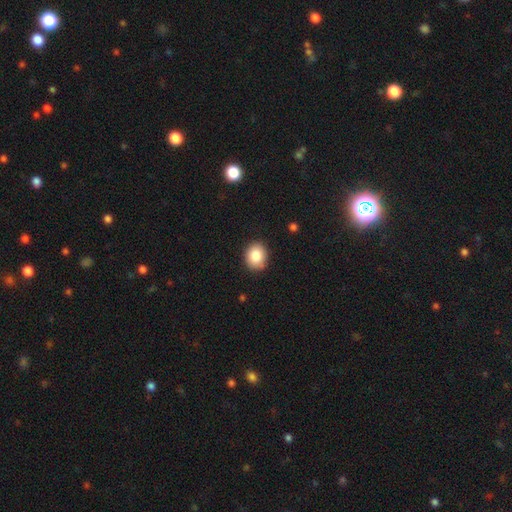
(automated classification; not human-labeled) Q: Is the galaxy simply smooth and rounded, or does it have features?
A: smooth — 85%.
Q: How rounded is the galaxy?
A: round — 59%.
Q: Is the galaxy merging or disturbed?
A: none — 86%.